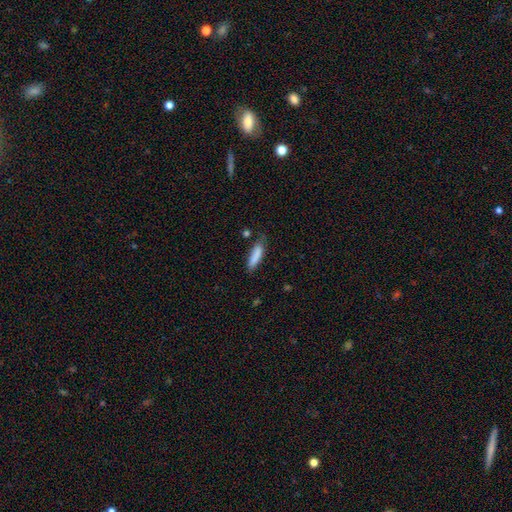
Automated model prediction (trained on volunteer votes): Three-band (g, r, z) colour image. It shows a smooth galaxy with no disk features (84%) that is cigar-shaped (64%). Merging: none (66%).